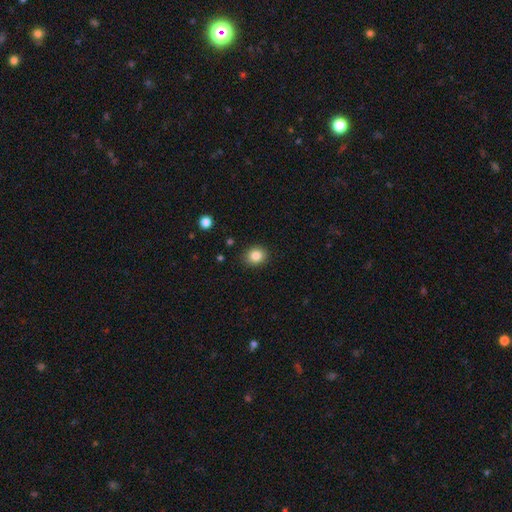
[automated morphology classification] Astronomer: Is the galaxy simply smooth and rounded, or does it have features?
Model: smooth — 84%.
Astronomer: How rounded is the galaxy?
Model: round — 66%.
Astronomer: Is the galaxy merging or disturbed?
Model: none — 89%.